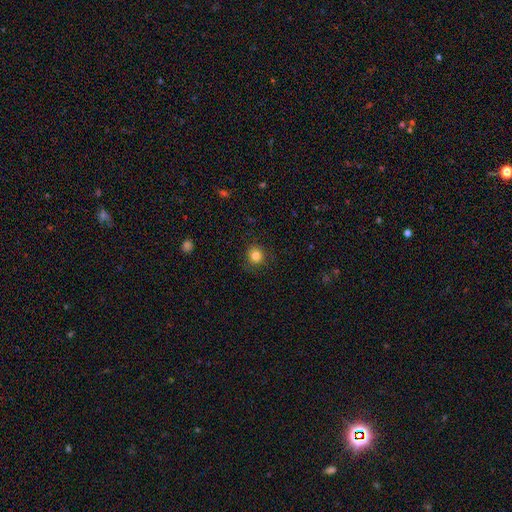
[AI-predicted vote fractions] smooth-or-featured: smooth: 83% | star or artifact: 11% | featured or disk: 5%
  how-rounded: round: 87% | in between: 12% | cigar-shaped: 1%
  merging: none: 88% | minor disturbance: 9% | major disturbance: 3% | merger: 1%